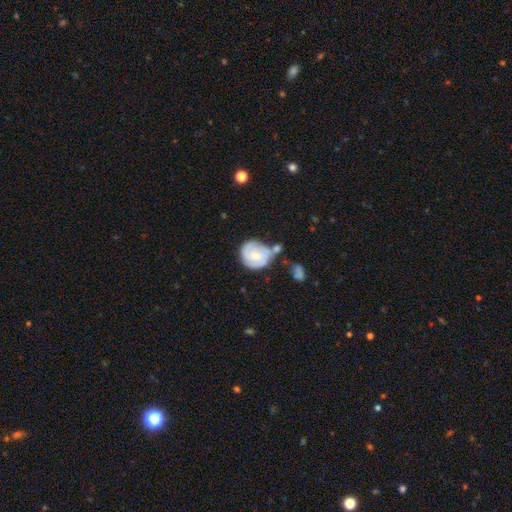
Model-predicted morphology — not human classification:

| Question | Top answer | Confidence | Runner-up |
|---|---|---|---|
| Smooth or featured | featured or disk | 59% | smooth (35%) |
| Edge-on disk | no | 98% | yes (2%) |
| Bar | no | 69% | weak (27%) |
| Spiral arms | yes | 81% | no (19%) |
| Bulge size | small | 50% | moderate (44%) |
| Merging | none | 34% | merger (28%) |